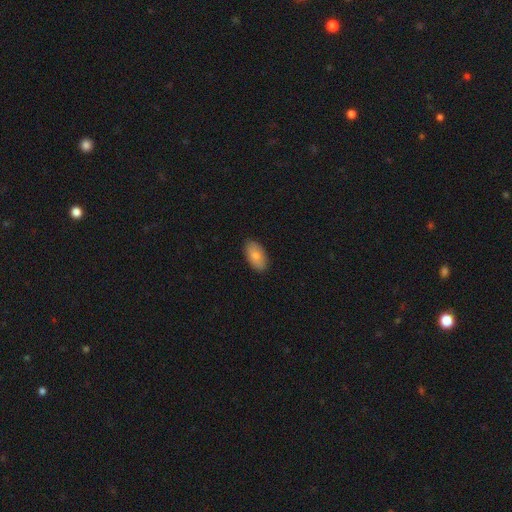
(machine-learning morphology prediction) Overall: smooth (81%). How rounded: in between (94%). Merging: none (88%).